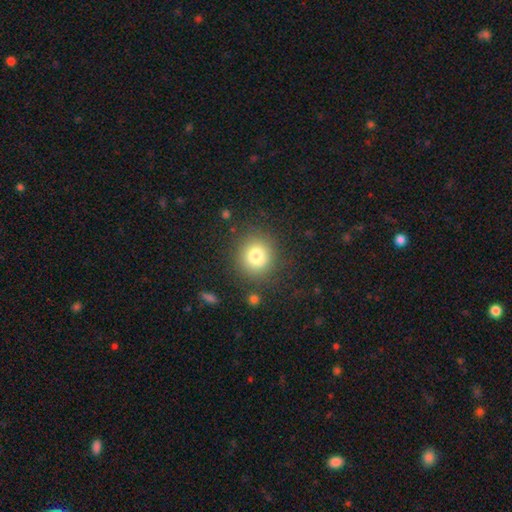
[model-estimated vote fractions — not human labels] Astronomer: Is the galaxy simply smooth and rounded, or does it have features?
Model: smooth — 78%.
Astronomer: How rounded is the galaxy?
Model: round — 90%.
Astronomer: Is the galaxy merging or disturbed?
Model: none — 85%.